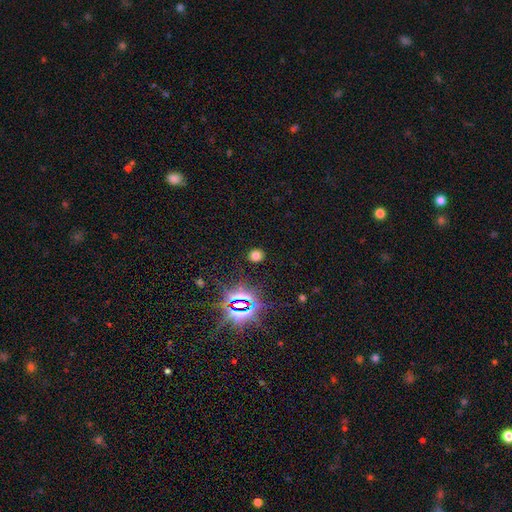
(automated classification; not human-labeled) Smooth or featured?
  - smooth: 66% *
  - star or artifact: 28%
  - featured or disk: 6%
How rounded?
  - round: 81% *
  - in between: 18%
  - cigar-shaped: 1%
Merging?
  - none: 89% *
  - minor disturbance: 6%
  - major disturbance: 3%
  - merger: 1%